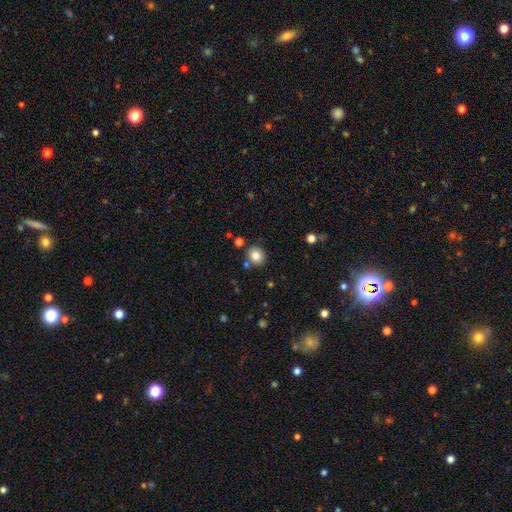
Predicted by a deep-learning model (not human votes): Q: Smooth or featured?
A: smooth (82%); runner-up: star or artifact (11%)
Q: How rounded?
A: round (82%); runner-up: in between (18%)
Q: Merging?
A: none (82%); runner-up: minor disturbance (9%)